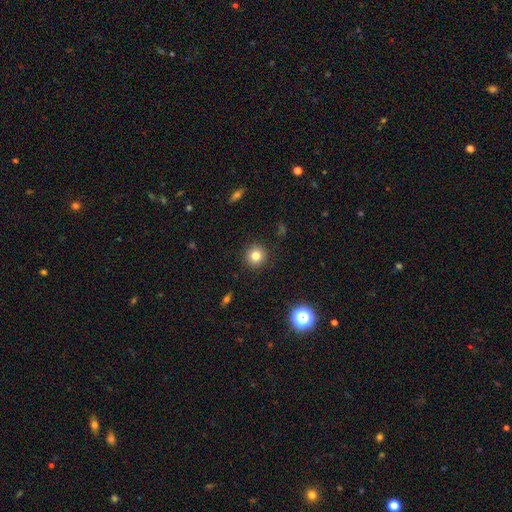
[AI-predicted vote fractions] A smooth galaxy with no disk features (81%) that is round (94%). Merging: none (91%).